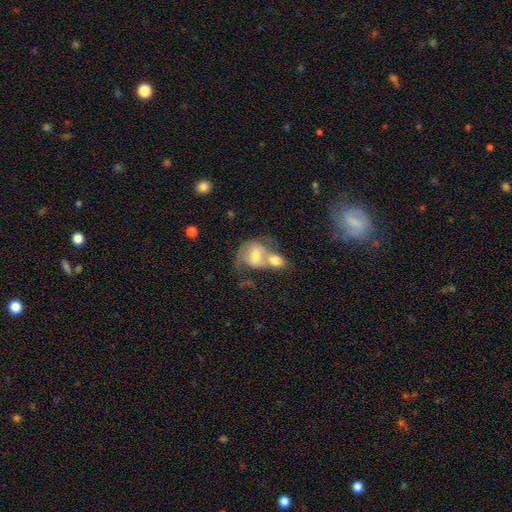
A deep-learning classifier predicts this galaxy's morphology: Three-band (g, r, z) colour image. It shows a featured or disk galaxy (57%) with no bar (48%), spiral arms (71%) and a moderate central bulge (64%). Merging: merger (62%).